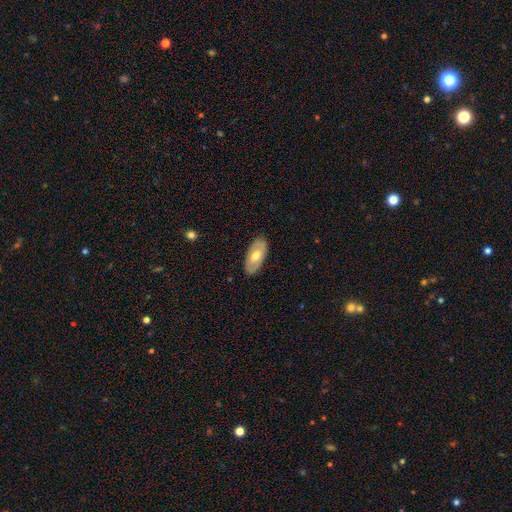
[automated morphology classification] Smooth or featured?
  - smooth: 50% *
  - featured or disk: 44%
  - star or artifact: 6%
How rounded?
  - in between: 91% *
  - cigar-shaped: 6%
  - round: 3%
Merging?
  - none: 85% *
  - minor disturbance: 11%
  - major disturbance: 2%
  - merger: 1%